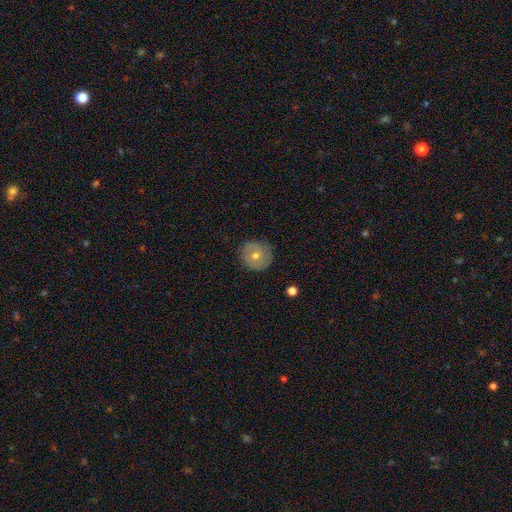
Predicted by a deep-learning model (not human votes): smooth_or_featured: smooth (p=0.51) [alt: featured or disk p=0.41]
how_rounded: round (p=0.92) [alt: in between p=0.07]
merging: none (p=0.85) [alt: minor disturbance p=0.11]